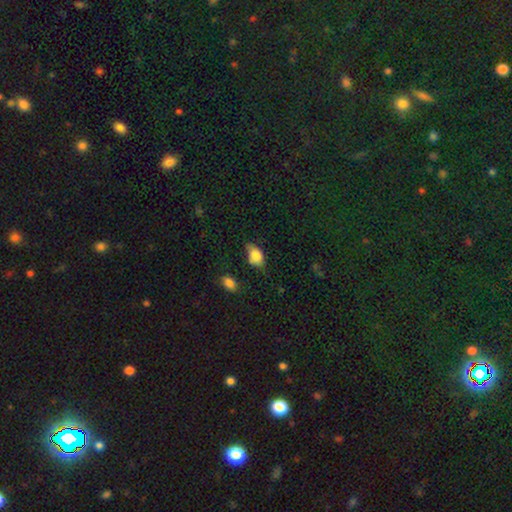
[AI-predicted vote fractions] A smooth galaxy with no disk features (81%) that is in between round and cigar-shaped (83%).

Vote fractions:
- Smooth or featured? smooth: 81% / featured or disk: 11% / star or artifact: 8%
- How rounded? in between: 83% / round: 15% / cigar-shaped: 2%
- Merging? none: 52% / minor disturbance: 36% / major disturbance: 9% / merger: 4%